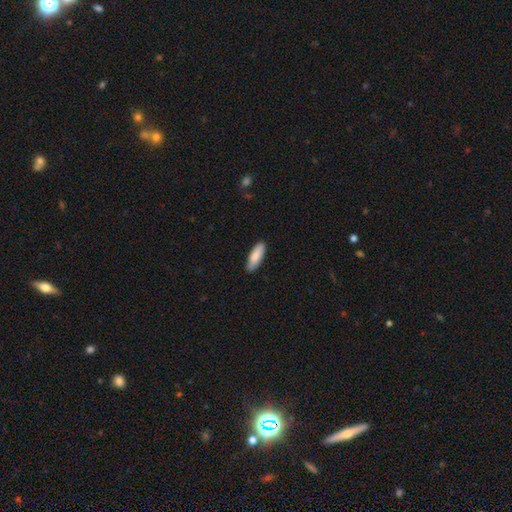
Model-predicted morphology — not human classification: smooth_or_featured: smooth (p=0.86) [alt: featured or disk p=0.09]
how_rounded: in between (p=0.56) [alt: cigar-shaped p=0.42]
merging: none (p=0.86) [alt: minor disturbance p=0.11]